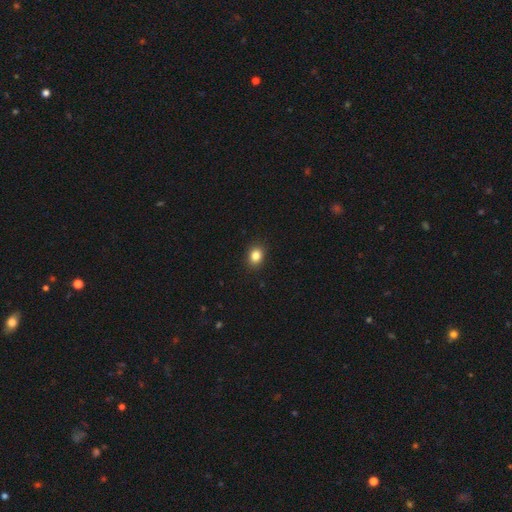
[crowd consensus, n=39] This appears to be a smooth galaxy with no disk features (90%) that is in between round and cigar-shaped (63%). Merging: none (92%).